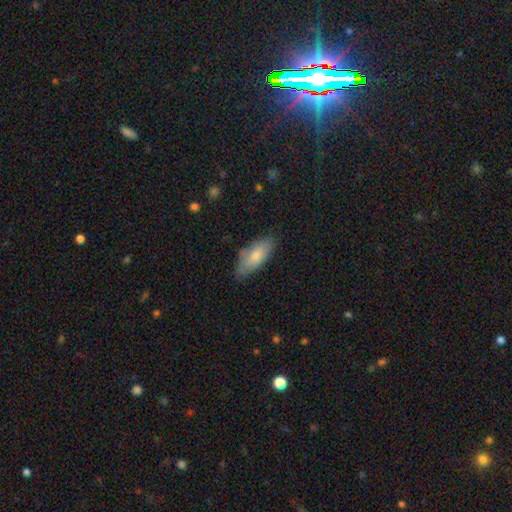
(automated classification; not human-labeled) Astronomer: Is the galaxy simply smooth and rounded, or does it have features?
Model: smooth — 75%.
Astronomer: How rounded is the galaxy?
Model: in between — 83%.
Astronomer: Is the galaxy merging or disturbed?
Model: none — 69%.